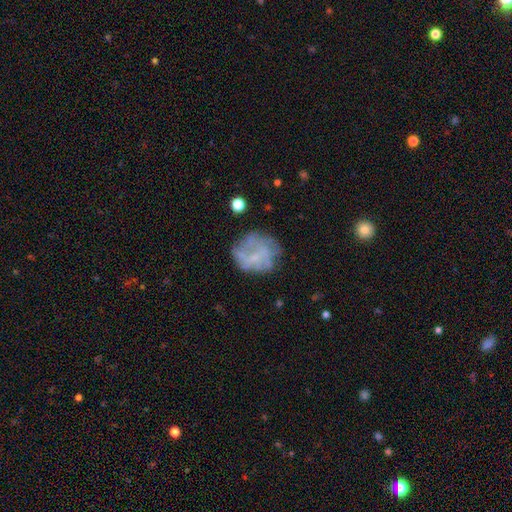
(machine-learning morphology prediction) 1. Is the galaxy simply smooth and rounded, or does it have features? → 53% featured or disk, 36% smooth, 12% star or artifact.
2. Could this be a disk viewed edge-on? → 98% no, 2% yes.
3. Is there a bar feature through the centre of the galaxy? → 77% no, 19% weak, 4% strong.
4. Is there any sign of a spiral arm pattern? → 68% no, 32% yes.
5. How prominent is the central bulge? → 52% none, 34% small, 12% moderate, 1% large, 1% dominant.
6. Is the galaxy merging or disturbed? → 58% none, 21% minor disturbance, 17% major disturbance, 4% merger.